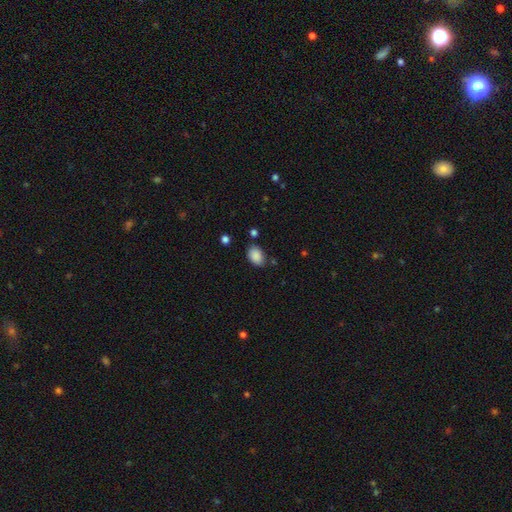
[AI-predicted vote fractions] This is clearly a smooth galaxy (88%). How rounded: clearly in between (85%). Merging: likely none (77%).